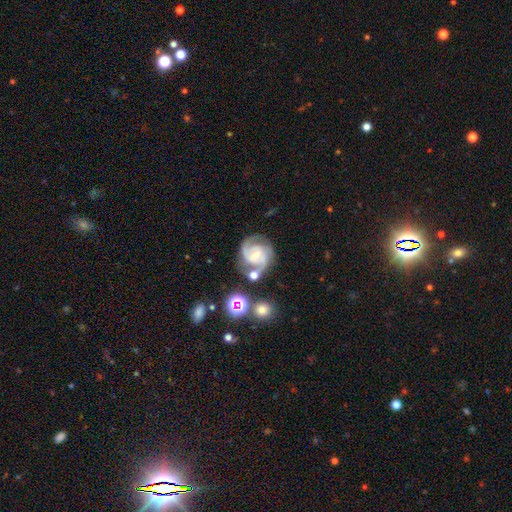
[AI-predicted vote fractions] Overall: featured or disk (86%). Edge-on disk: no (98%). Bar: no (45%; weak 42%). Spiral arms: yes (97%). Spiral arm count: 2 (64%). Spiral winding: medium (49%; tight 42%). Bulge size: small (58%; moderate 34%). Merging: none (61%).